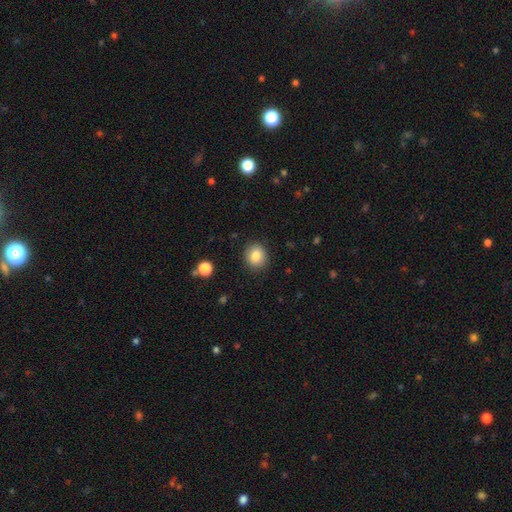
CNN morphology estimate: A smooth galaxy with no disk features (85%) that is round (75%). Merging: none (88%).